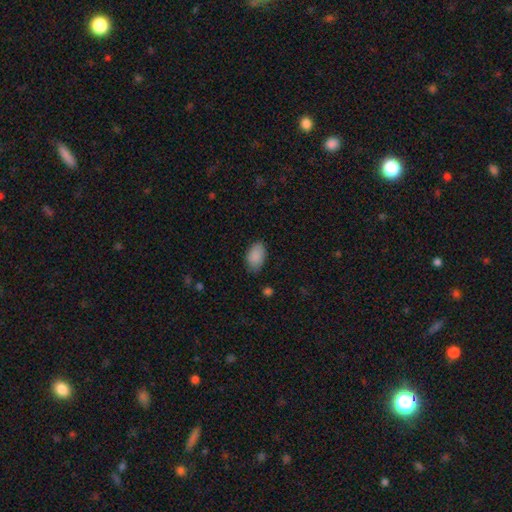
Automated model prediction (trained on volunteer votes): This is clearly a smooth galaxy (89%). How rounded: clearly in between (91%). Merging: likely none (78%).